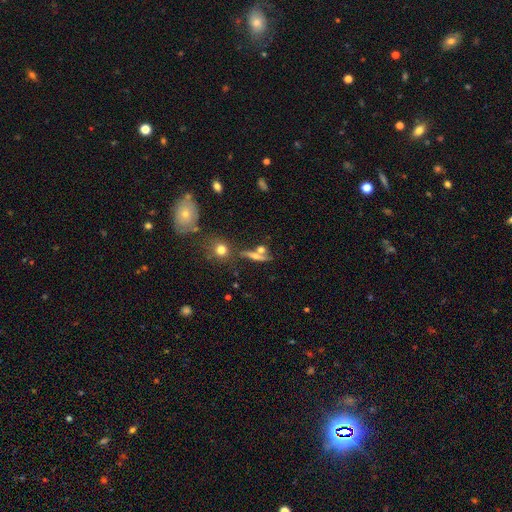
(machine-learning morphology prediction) This appears to be a smooth galaxy with no disk features (43%). Merging: none (56%).